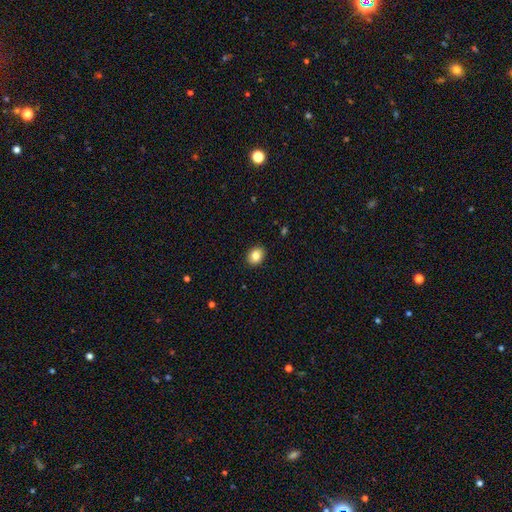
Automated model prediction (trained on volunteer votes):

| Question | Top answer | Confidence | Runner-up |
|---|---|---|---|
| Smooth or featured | smooth | 84% | star or artifact (9%) |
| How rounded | in between | 52% | round (47%) |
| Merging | none | 89% | minor disturbance (8%) |